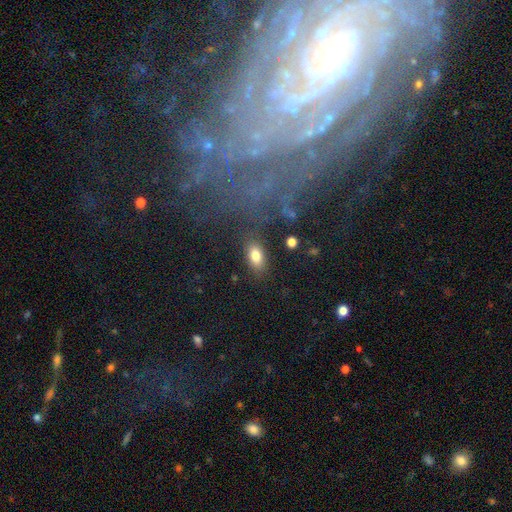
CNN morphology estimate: This appears to be a smooth galaxy with no disk features (80%) that is in between round and cigar-shaped (87%). Merging: none (80%).